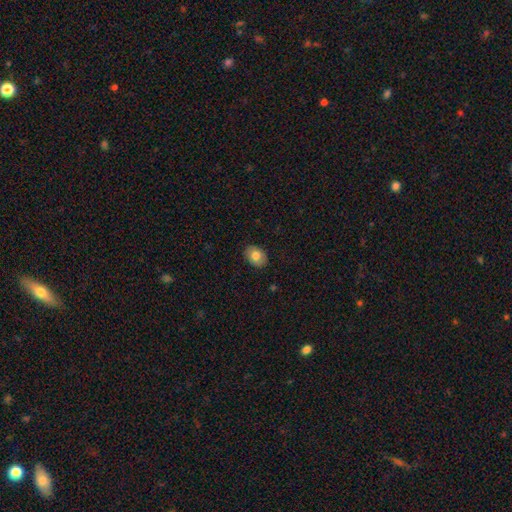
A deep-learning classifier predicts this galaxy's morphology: Smooth or featured? smooth (78%)
How rounded? in between (70%)
Merging? none (88%)